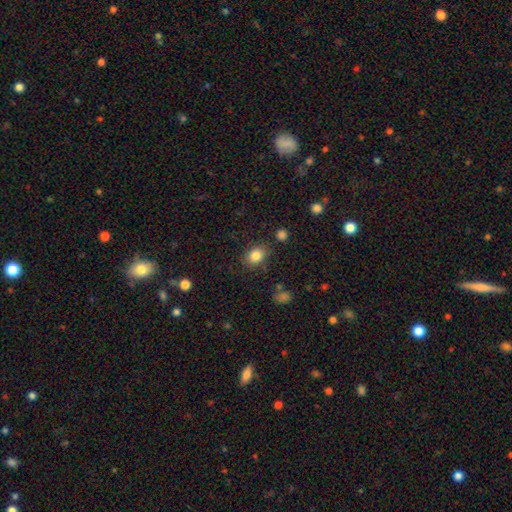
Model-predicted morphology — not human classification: This appears to be a smooth galaxy with no disk features (83%) that is in between round and cigar-shaped (59%). Merging: none (82%).